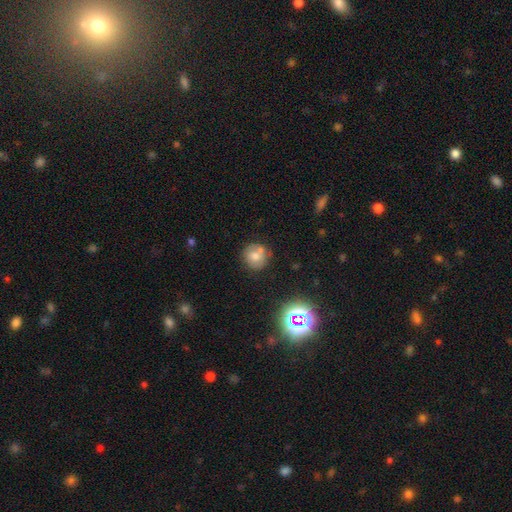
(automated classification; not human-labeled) smooth_or_featured: smooth (p=0.63) [alt: featured or disk p=0.24]
how_rounded: round (p=0.88) [alt: in between p=0.12]
merging: none (p=0.63) [alt: minor disturbance p=0.16]